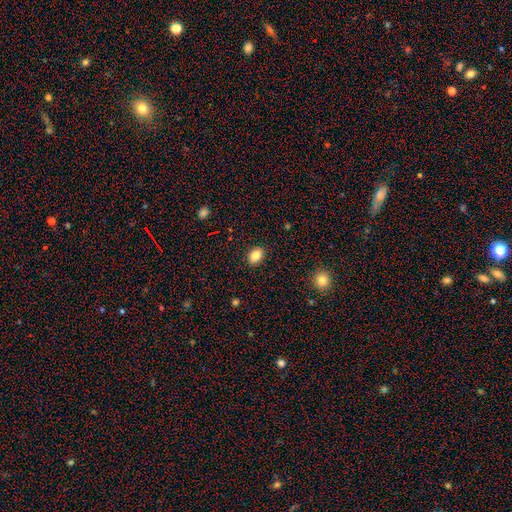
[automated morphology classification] Smooth or featured?
  - smooth: 85% *
  - star or artifact: 9%
  - featured or disk: 6%
How rounded?
  - in between: 78% *
  - round: 20%
  - cigar-shaped: 1%
Merging?
  - none: 89% *
  - minor disturbance: 8%
  - major disturbance: 2%
  - merger: 1%